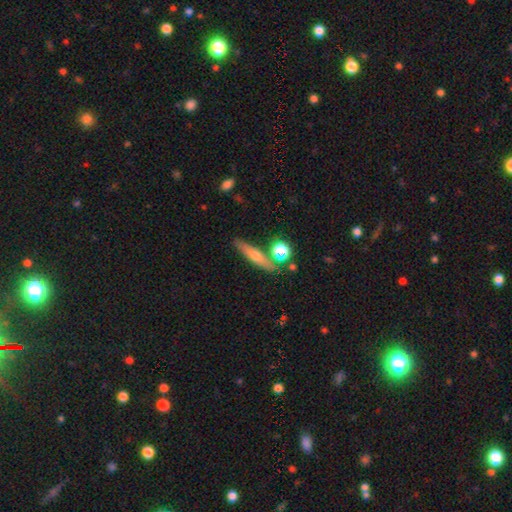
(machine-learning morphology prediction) The model was most divided on "smooth or featured": smooth: 46%, featured or disk: 45%, star or artifact: 9%. More confident: merging — none (78%).